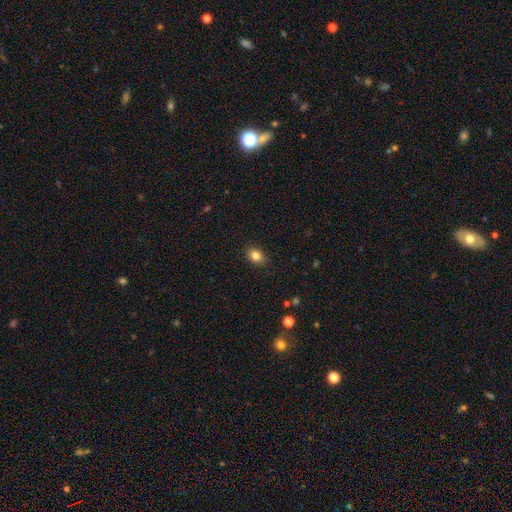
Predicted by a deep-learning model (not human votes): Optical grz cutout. It shows a smooth galaxy with no disk features (83%) that is in between round and cigar-shaped (65%). Merging: none (87%).